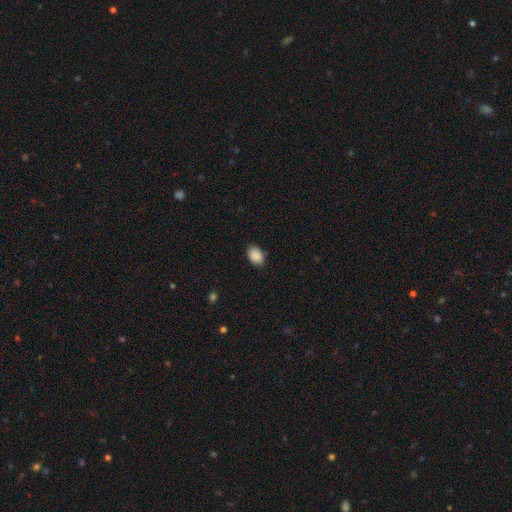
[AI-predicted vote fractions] Smooth or featured? Predicted: smooth (p=0.89). How rounded? Predicted: in between (p=0.83). Merging? Predicted: none (p=0.81).